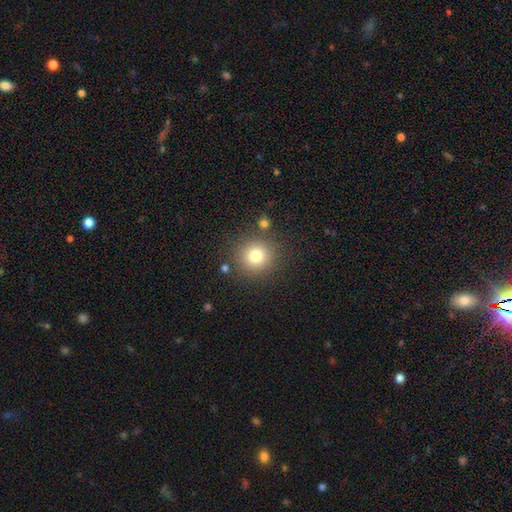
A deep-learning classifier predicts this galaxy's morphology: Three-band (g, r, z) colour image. It shows a smooth galaxy with no disk features (78%) that is round (93%). Merging: none (84%).